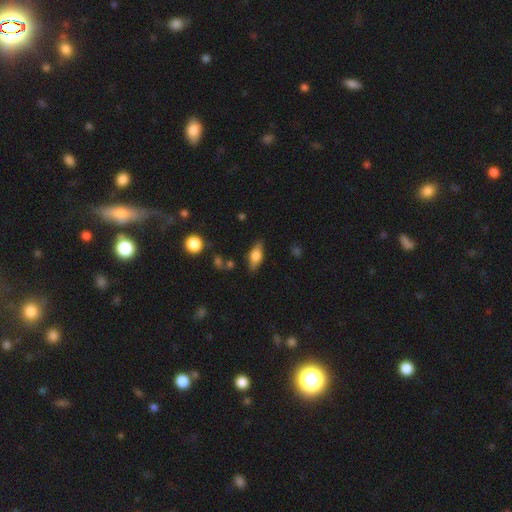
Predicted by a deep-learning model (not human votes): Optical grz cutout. It shows a smooth galaxy with no disk features (56%) that is in between round and cigar-shaped (73%). Merging: none (82%).